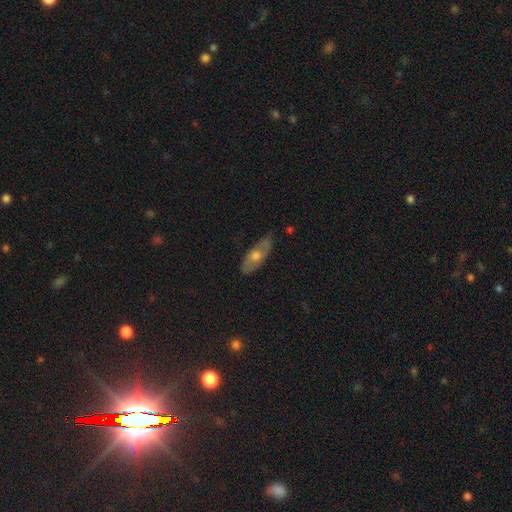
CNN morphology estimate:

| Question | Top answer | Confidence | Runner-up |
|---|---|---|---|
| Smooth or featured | smooth | 47% | featured or disk (46%) |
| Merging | none | 75% | minor disturbance (19%) |